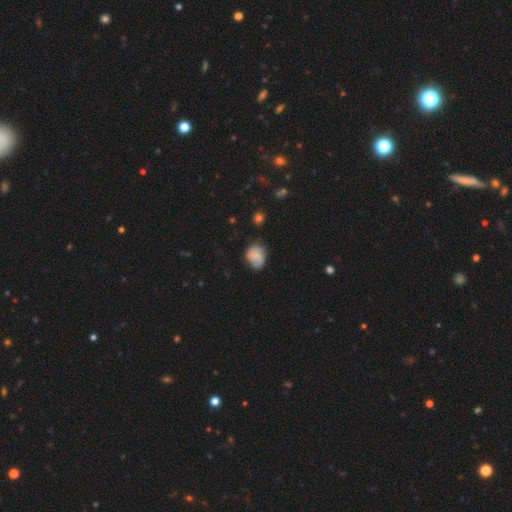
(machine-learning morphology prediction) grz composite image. It shows a smooth galaxy with no disk features (70%) that is in between round and cigar-shaped (50%). Merging: none (61%).